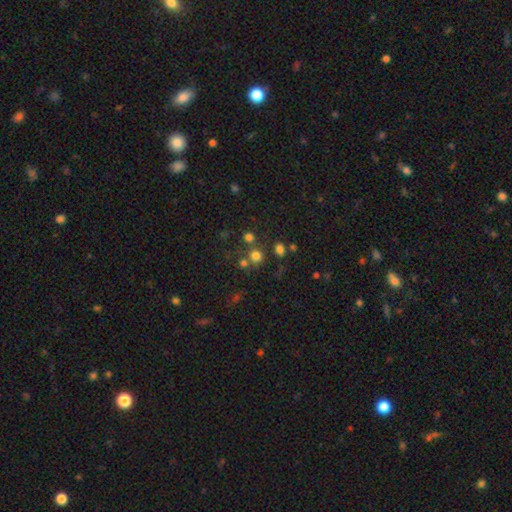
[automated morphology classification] Smooth or featured: smooth — 71% (star or artifact — 21%)
How rounded: round — 88% (in between — 11%)
Merging: none — 69% (merger — 19%)